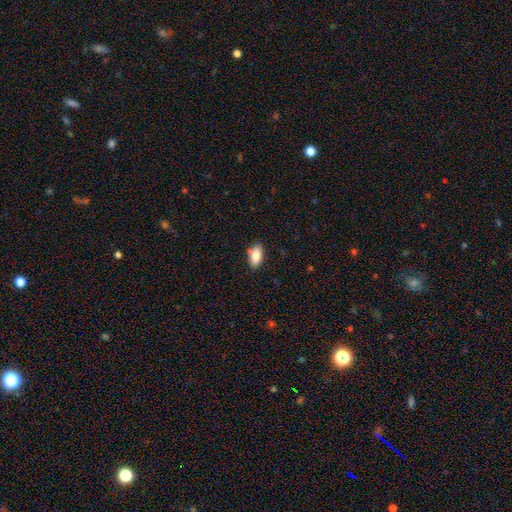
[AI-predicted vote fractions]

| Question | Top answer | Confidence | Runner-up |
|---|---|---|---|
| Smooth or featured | smooth | 84% | featured or disk (8%) |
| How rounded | in between | 90% | cigar-shaped (6%) |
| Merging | none | 80% | minor disturbance (13%) |